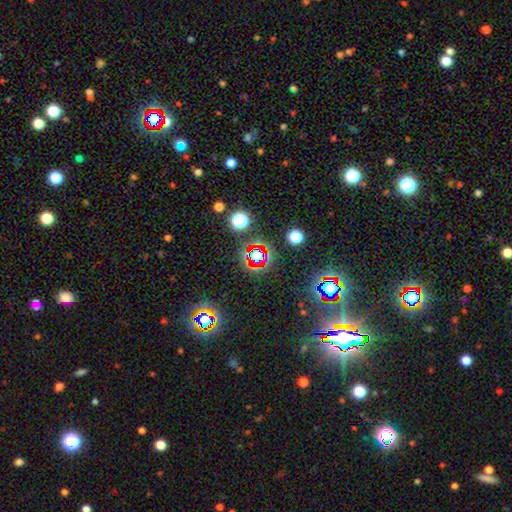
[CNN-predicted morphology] Smooth or featured? star or artifact (67%)